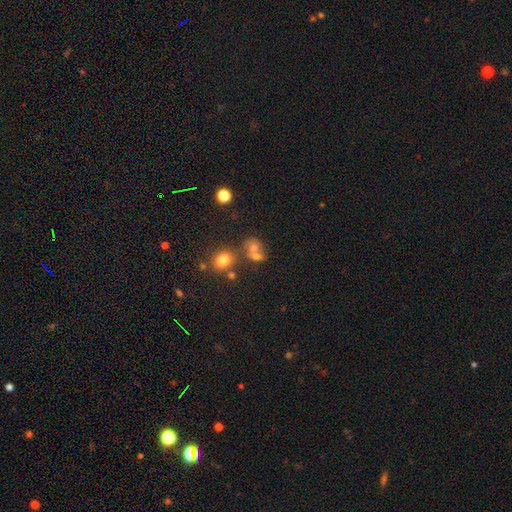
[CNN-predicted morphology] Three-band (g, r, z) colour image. It shows a smooth galaxy with no disk features (64%) that is round (58%). Merging: merger (45%).